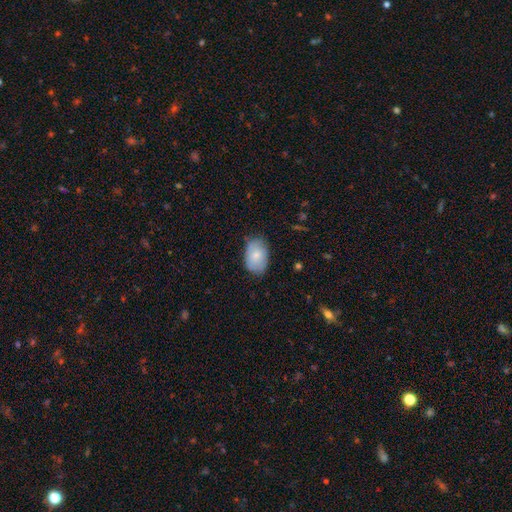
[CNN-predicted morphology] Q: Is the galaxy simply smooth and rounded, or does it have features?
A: smooth — 75%.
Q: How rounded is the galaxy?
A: in between — 87%.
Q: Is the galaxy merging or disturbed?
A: none — 73%.